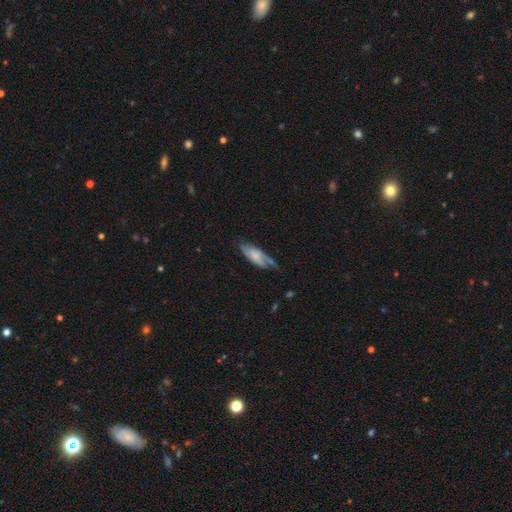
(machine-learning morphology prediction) Smooth or featured?
  - featured or disk: 48% *
  - smooth: 46%
  - star or artifact: 6%
Merging?
  - none: 50% *
  - minor disturbance: 31%
  - major disturbance: 16%
  - merger: 3%